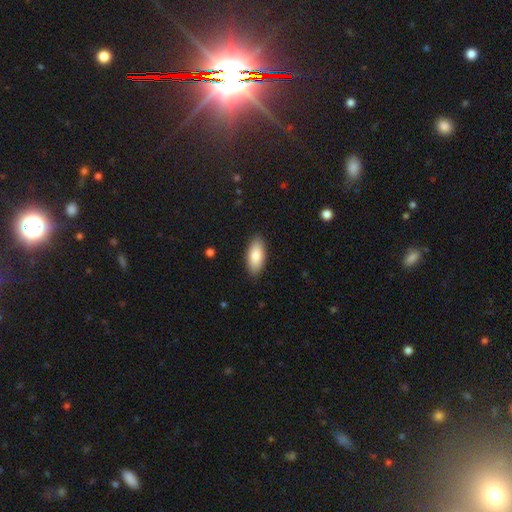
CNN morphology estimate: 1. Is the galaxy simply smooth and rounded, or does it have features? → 83% smooth, 11% featured or disk, 6% star or artifact.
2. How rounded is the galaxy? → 87% in between, 11% cigar-shaped, 2% round.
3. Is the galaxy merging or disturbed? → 88% none, 10% minor disturbance, 2% major disturbance, 1% merger.